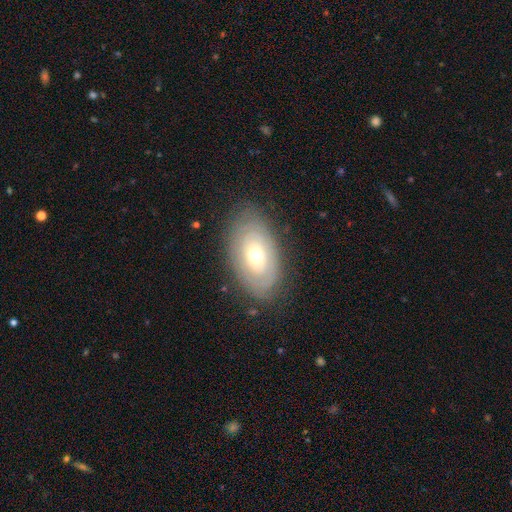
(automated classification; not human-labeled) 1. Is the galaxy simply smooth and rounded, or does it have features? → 54% featured or disk, 39% smooth, 7% star or artifact.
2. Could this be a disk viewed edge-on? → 90% no, 10% yes.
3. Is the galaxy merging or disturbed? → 81% none, 14% minor disturbance, 4% major disturbance, 1% merger.